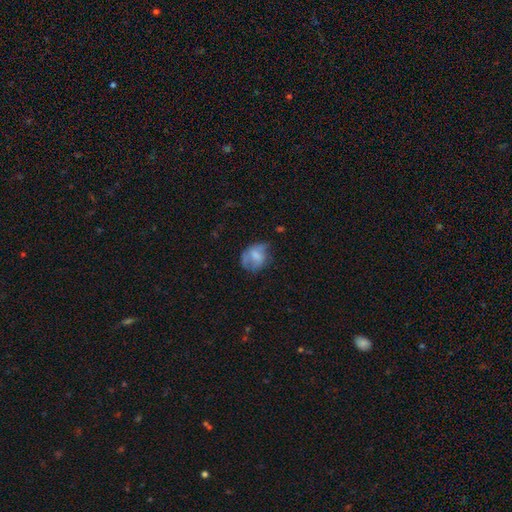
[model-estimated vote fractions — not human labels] Q: Smooth or featured?
A: smooth (57%); runner-up: featured or disk (34%)
Q: How rounded?
A: round (50%); runner-up: in between (49%)
Q: Merging?
A: none (39%); runner-up: minor disturbance (34%)